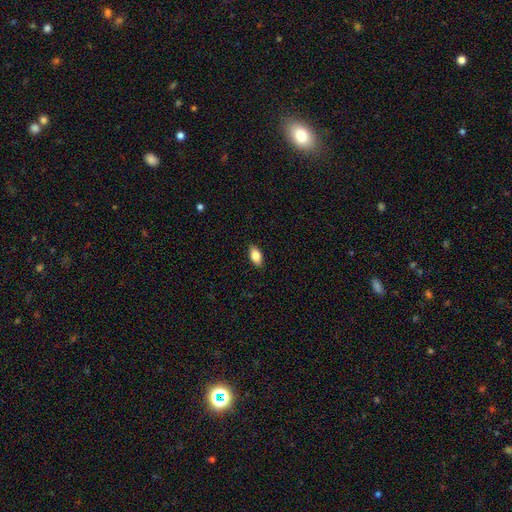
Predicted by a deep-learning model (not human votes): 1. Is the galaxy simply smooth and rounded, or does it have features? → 85% smooth, 8% featured or disk, 7% star or artifact.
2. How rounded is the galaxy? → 91% in between, 5% cigar-shaped, 4% round.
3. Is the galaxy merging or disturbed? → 88% none, 9% minor disturbance, 2% major disturbance, 1% merger.